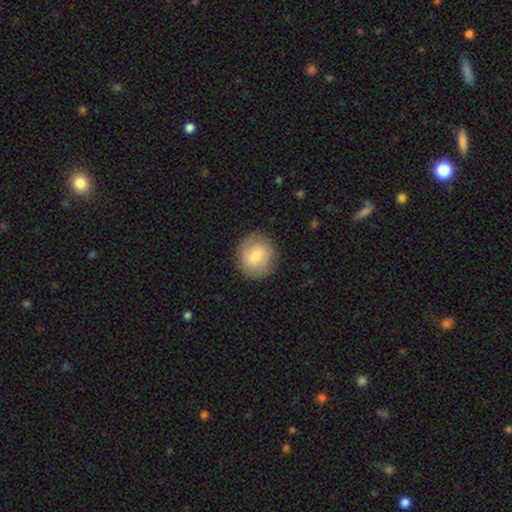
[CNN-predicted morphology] This is likely a smooth galaxy (73%). How rounded: clearly round (87%). Merging: clearly none (84%).